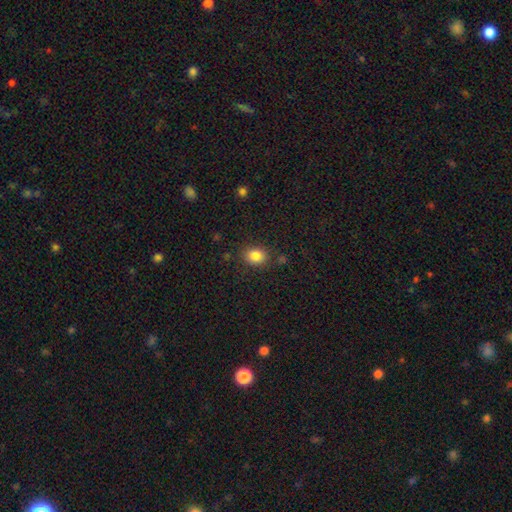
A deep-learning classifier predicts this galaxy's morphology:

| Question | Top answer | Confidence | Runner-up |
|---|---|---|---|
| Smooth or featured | smooth | 84% | star or artifact (10%) |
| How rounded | in between | 54% | round (45%) |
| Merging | none | 83% | minor disturbance (11%) |